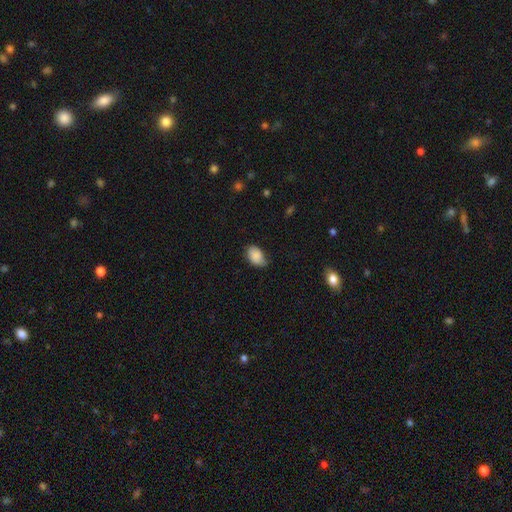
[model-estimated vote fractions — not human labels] The model was most divided on "merging": none: 62%, minor disturbance: 31%, major disturbance: 6%, merger: 1%. More confident: how rounded — in between (88%); smooth or featured — smooth (86%).